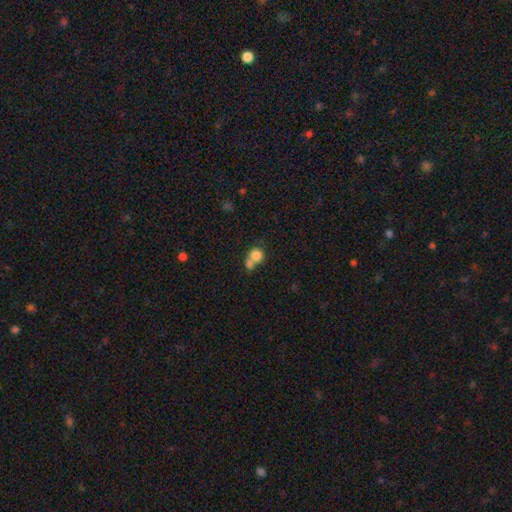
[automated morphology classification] The model was most divided on "merging": merger: 56%, none: 34%, minor disturbance: 6%, major disturbance: 4%. More confident: how rounded — round (82%); smooth or featured — smooth (80%).